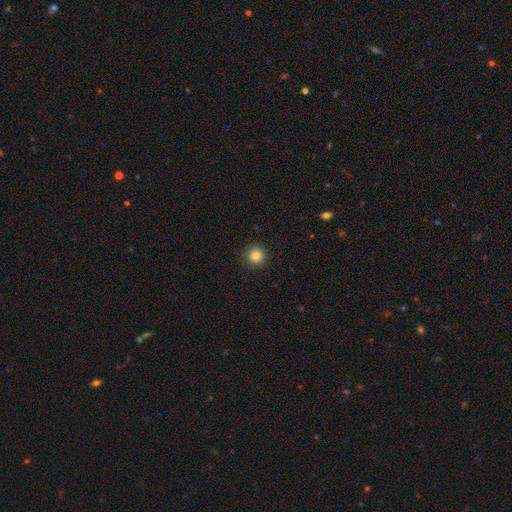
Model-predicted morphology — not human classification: smooth 82%, star or artifact 12%, featured or disk 6%. Down the decision tree: how rounded — round (95%); merging — none (91%).